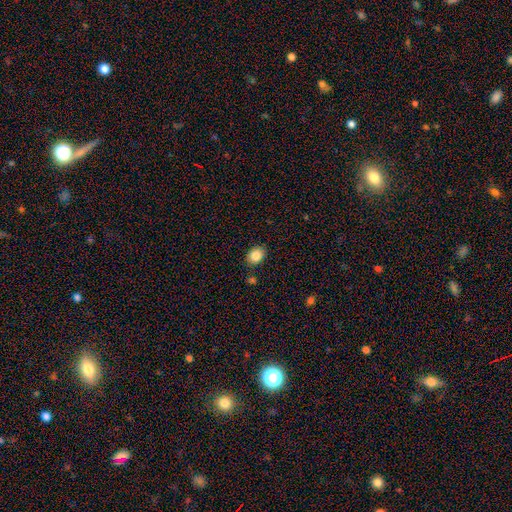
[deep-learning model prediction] Smooth or featured? smooth (85%)
How rounded? in between (66%)
Merging? none (84%)